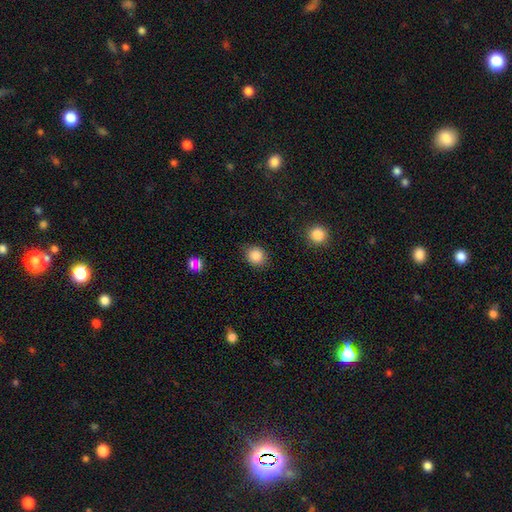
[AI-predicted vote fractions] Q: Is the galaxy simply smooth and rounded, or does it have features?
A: smooth — 87%.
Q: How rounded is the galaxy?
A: round — 79%.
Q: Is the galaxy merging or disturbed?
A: none — 85%.